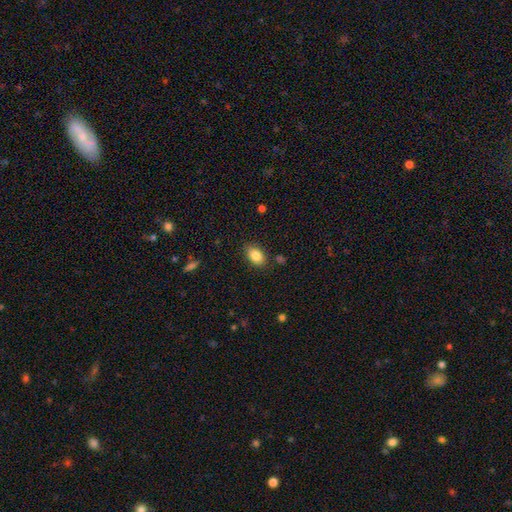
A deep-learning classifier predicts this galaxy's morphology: Smooth or featured? Predicted: smooth (p=0.85). How rounded? Predicted: in between (p=0.88). Merging? Predicted: none (p=0.84).